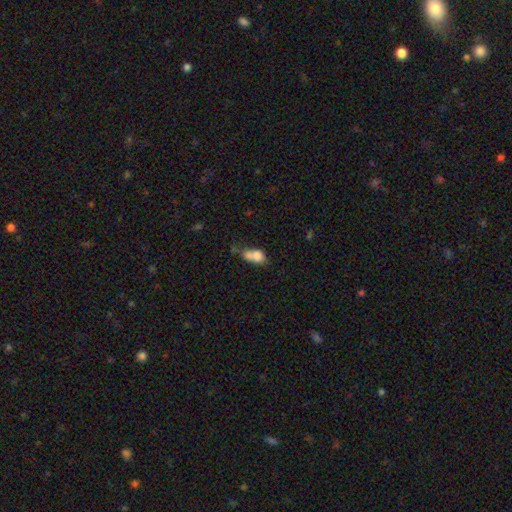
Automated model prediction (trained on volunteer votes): This is likely a smooth galaxy (73%). How rounded: likely in between (65%). Merging: possibly merger (51%).